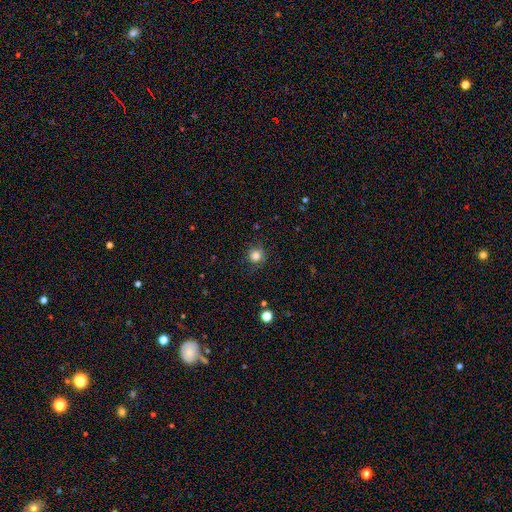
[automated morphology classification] smooth 81%, star or artifact 13%, featured or disk 6%. Down the decision tree: how rounded — round (91%); merging — none (83%).